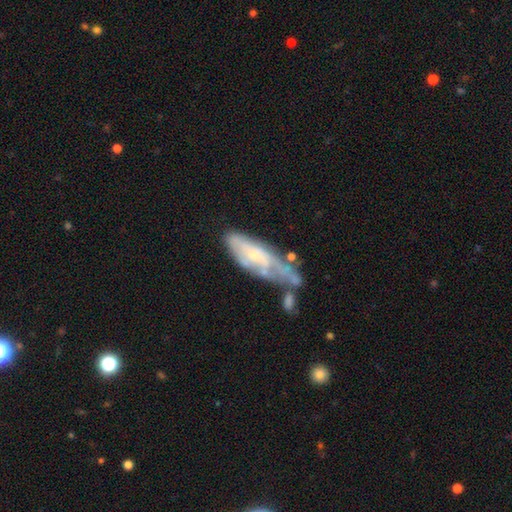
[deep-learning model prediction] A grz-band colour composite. It shows a featured or disk galaxy (58%). Merging: none (29%).